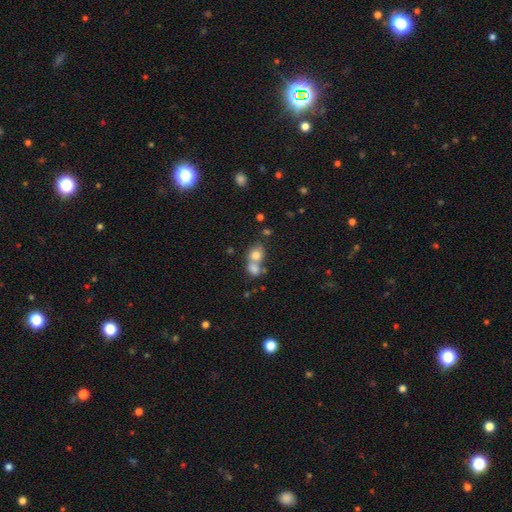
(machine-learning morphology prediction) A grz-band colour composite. It shows a smooth galaxy with no disk features (76%) that is round (64%). Merging: merger (57%).